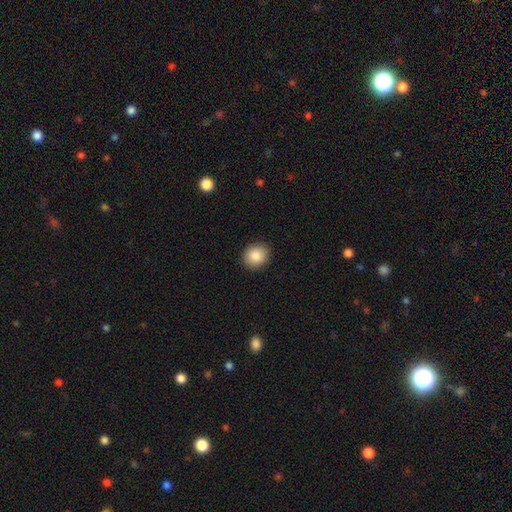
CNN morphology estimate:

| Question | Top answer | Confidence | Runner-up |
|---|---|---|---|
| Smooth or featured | smooth | 87% | star or artifact (8%) |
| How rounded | round | 75% | in between (24%) |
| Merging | none | 90% | minor disturbance (7%) |